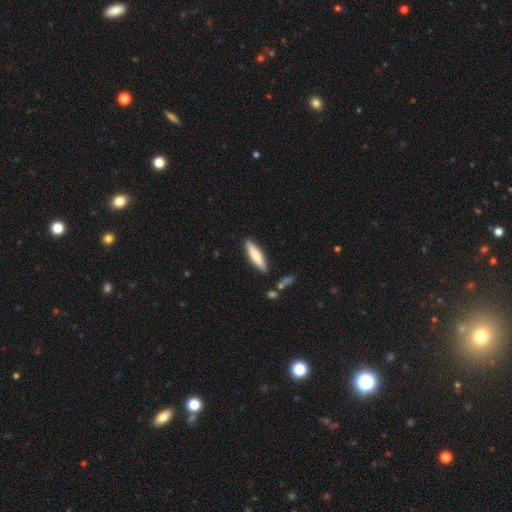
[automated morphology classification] Smooth or featured: smooth — 71% (featured or disk — 23%)
How rounded: cigar-shaped — 73% (in between — 26%)
Merging: none — 86% (minor disturbance — 10%)